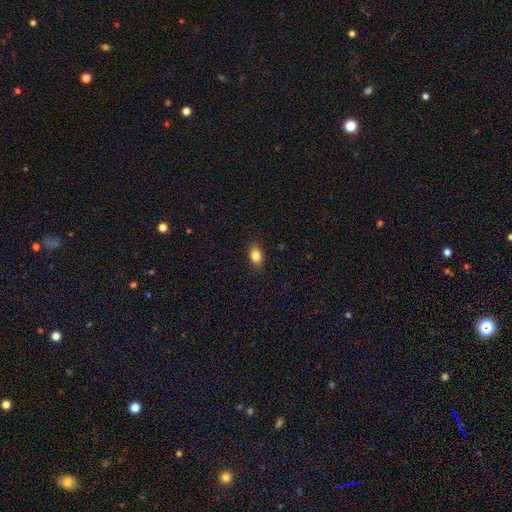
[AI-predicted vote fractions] Q: Smooth or featured?
A: smooth (85%); runner-up: star or artifact (9%)
Q: How rounded?
A: in between (83%); runner-up: round (15%)
Q: Merging?
A: none (88%); runner-up: minor disturbance (9%)